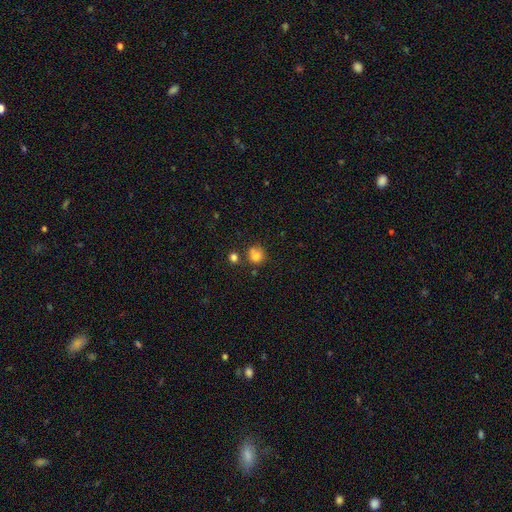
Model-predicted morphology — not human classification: Smooth or featured: smooth — 80% (star or artifact — 12%)
How rounded: round — 84% (in between — 15%)
Merging: none — 60% (merger — 20%)